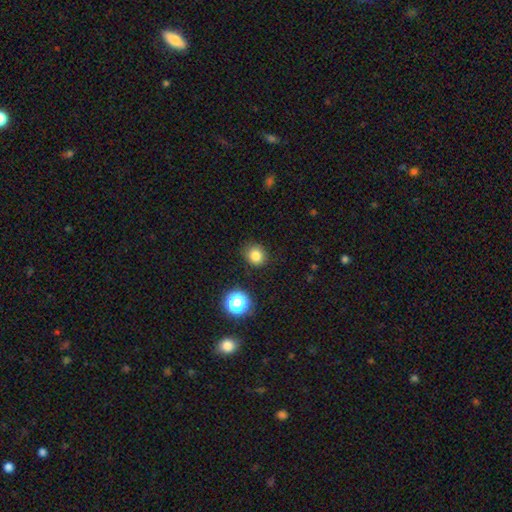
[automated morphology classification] A smooth galaxy with no disk features (81%) that is round (82%). Merging: none (86%).